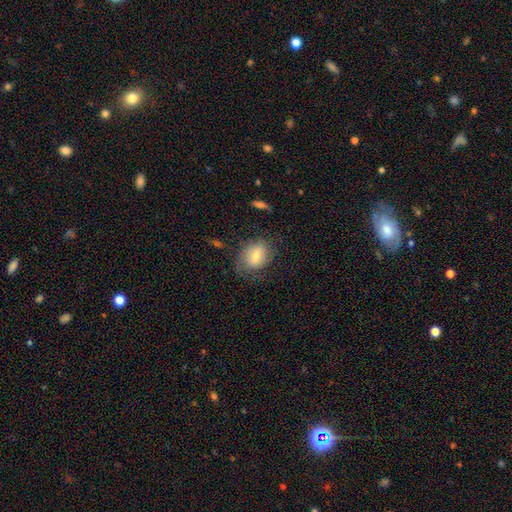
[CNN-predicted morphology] A smooth galaxy with no disk features (70%) that is in between round and cigar-shaped (68%). Merging: none (60%).